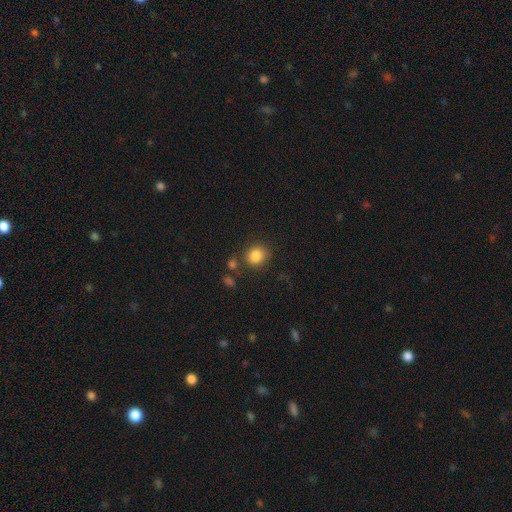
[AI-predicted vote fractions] Smooth or featured: smooth — 85% (star or artifact — 10%)
How rounded: round — 73% (in between — 26%)
Merging: none — 77% (minor disturbance — 12%)